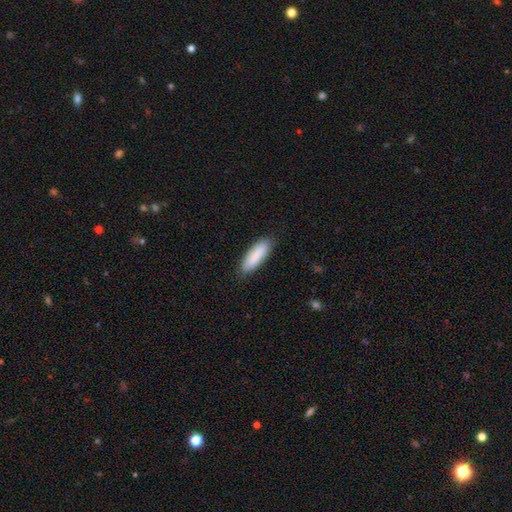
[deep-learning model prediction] smooth_or_featured: smooth (p=0.88) [alt: featured or disk p=0.07]
how_rounded: in between (p=0.52) [alt: cigar-shaped p=0.47]
merging: none (p=0.84) [alt: minor disturbance p=0.12]